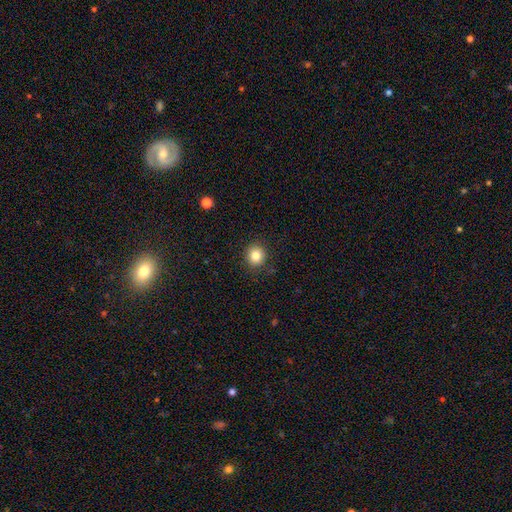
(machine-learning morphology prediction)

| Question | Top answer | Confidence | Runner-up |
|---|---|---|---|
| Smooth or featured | smooth | 83% | star or artifact (11%) |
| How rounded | round | 88% | in between (11%) |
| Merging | none | 90% | minor disturbance (7%) |